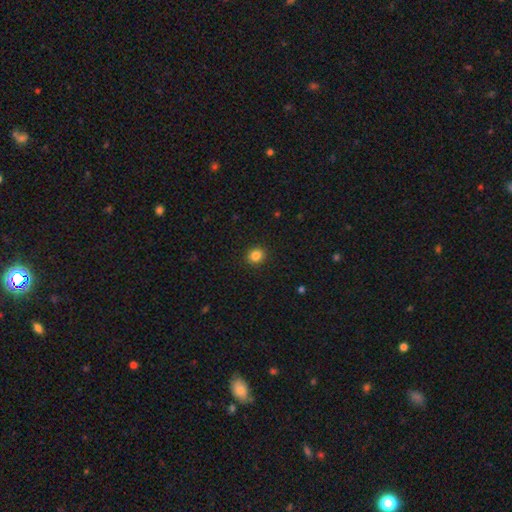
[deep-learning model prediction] smooth 85%, star or artifact 11%, featured or disk 5%. Down the decision tree: how rounded — round (77%); merging — none (91%).